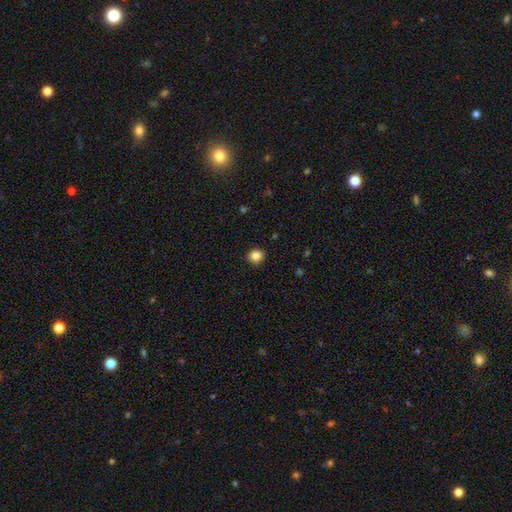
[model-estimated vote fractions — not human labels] Smooth or featured: smooth — 85% (star or artifact — 10%)
How rounded: round — 82% (in between — 17%)
Merging: none — 91% (minor disturbance — 6%)